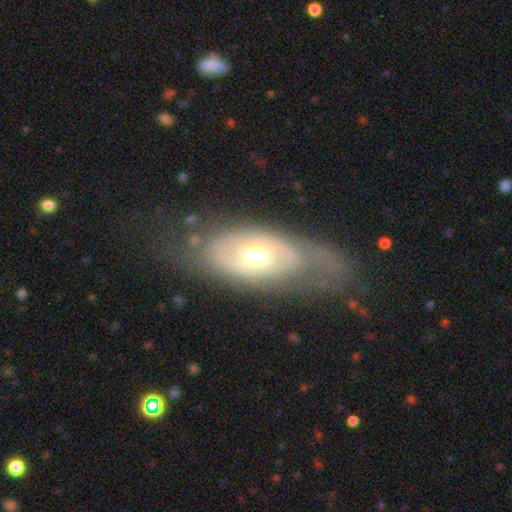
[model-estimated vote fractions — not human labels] This is likely a featured or disk galaxy (70%). It is clearly not viewed edge-on (87%). Bar: likely no (69%). Spiral arm pattern: possibly no (55%). Central bulge: likely moderate (69%). Merging: likely none (60%).